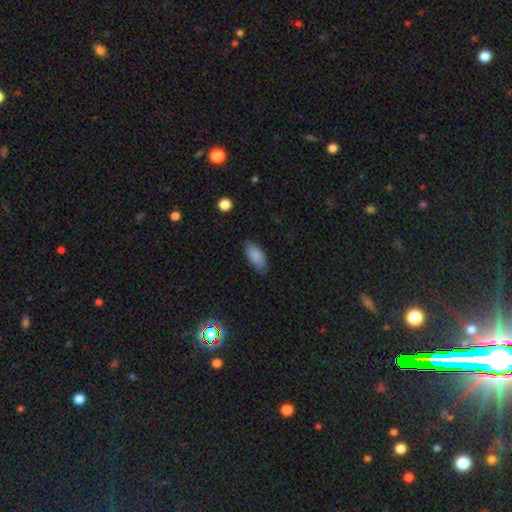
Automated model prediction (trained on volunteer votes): The model was most divided on "merging": none: 82%, minor disturbance: 14%, major disturbance: 3%, merger: 1%. More confident: how rounded — in between (90%); smooth or featured — smooth (88%).